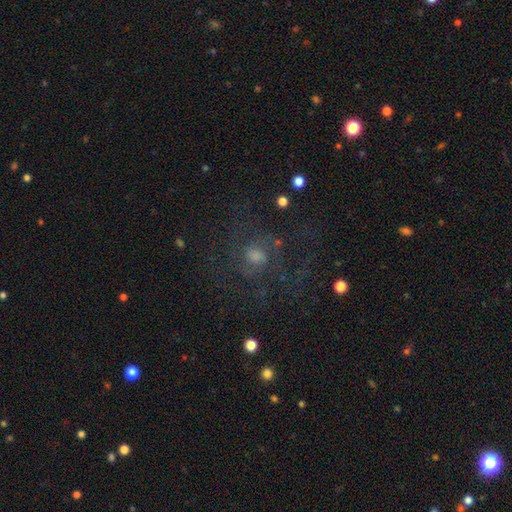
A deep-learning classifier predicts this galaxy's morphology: smooth_or_featured: featured or disk (p=0.59) [alt: smooth p=0.24]
disk_edge_on: no (p=0.97) [alt: yes p=0.03]
bar: no (p=0.66) [alt: weak p=0.28]
has_spiral_arms: yes (p=0.84) [alt: no p=0.16]
bulge_size: moderate (p=0.48) [alt: small p=0.26]
merging: none (p=0.64) [alt: major disturbance p=0.18]